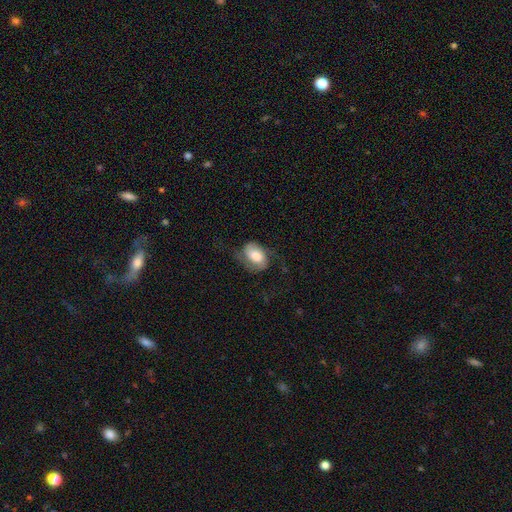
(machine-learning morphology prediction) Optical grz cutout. It shows a smooth galaxy with no disk features (46%, tied with featured or disk). Merging: none (54%).